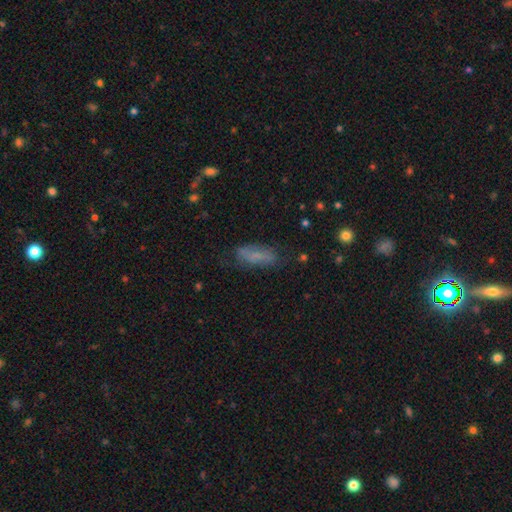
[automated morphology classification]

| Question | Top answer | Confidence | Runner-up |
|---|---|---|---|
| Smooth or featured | smooth | 68% | featured or disk (21%) |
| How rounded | in between | 62% | cigar-shaped (35%) |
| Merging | none | 67% | minor disturbance (22%) |